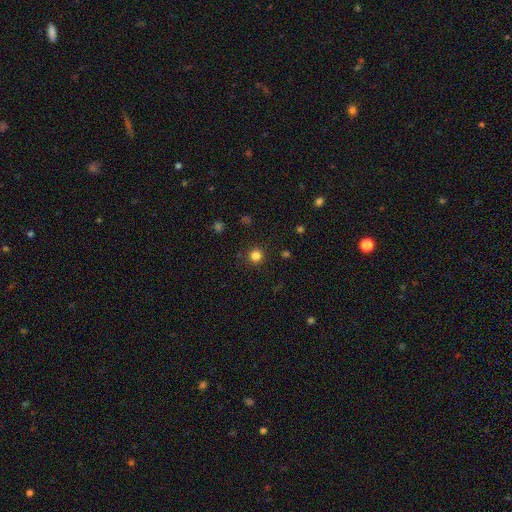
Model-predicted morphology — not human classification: smooth_or_featured: smooth (p=0.82) [alt: star or artifact p=0.14]
how_rounded: round (p=0.95) [alt: in between p=0.04]
merging: none (p=0.91) [alt: minor disturbance p=0.06]